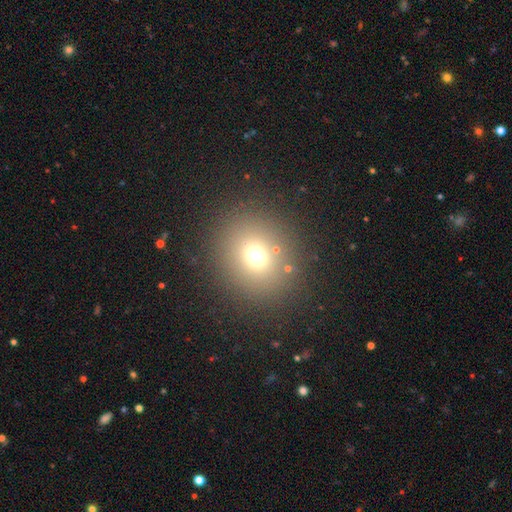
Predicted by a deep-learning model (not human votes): Overall: smooth (69%). How rounded: round (80%). Merging: none (86%).